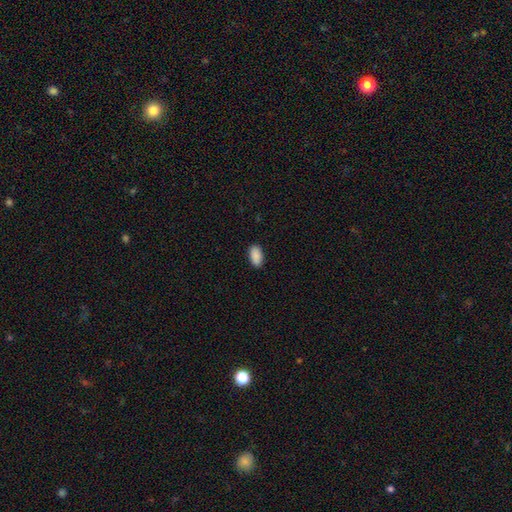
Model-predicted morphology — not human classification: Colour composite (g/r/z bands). It shows a smooth galaxy with no disk features (90%) that is in between round and cigar-shaped (93%). Merging: none (88%).